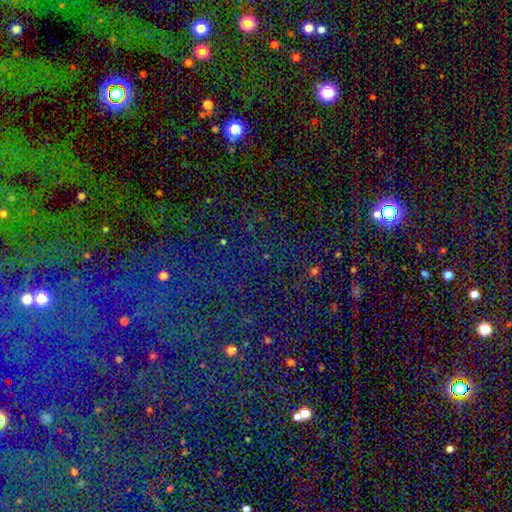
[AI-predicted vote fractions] This appears to be a star or artifact, not a galaxy (77%).